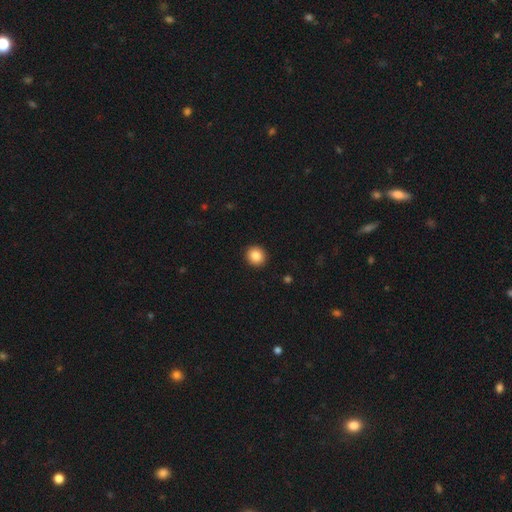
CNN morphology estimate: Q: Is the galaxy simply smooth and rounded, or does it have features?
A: smooth — 86%.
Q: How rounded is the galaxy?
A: round — 90%.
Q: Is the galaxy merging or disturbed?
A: none — 93%.